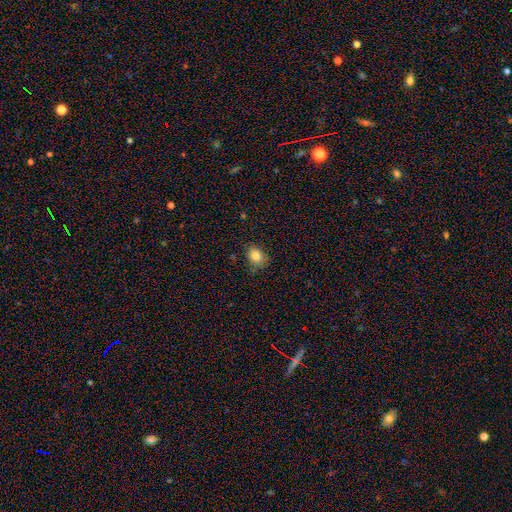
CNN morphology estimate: This appears to be a smooth galaxy with no disk features (84%) that is round (53%). Merging: none (75%).